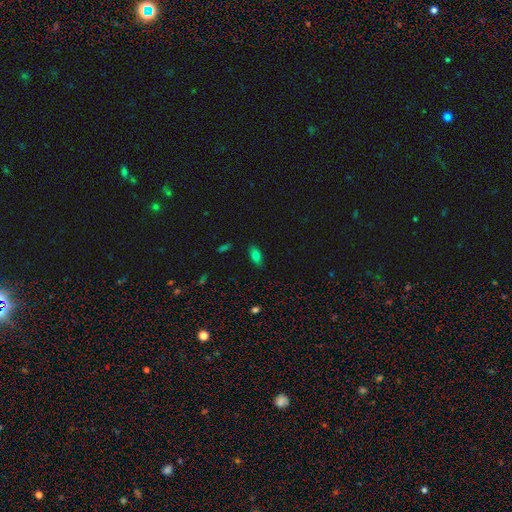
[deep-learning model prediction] Smooth or featured?
  - smooth: 76% *
  - star or artifact: 13%
  - featured or disk: 11%
How rounded?
  - in between: 87% *
  - cigar-shaped: 8%
  - round: 5%
Merging?
  - none: 86% *
  - minor disturbance: 10%
  - major disturbance: 2%
  - merger: 1%